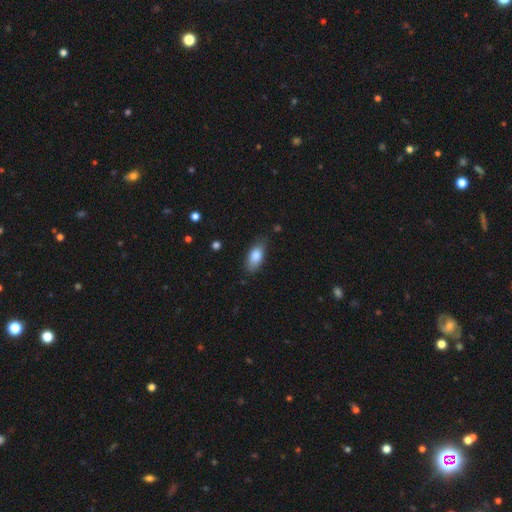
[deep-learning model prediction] A smooth galaxy with no disk features (82%) that is in between round and cigar-shaped (87%).

Vote fractions:
- Smooth or featured? smooth: 82% / featured or disk: 11% / star or artifact: 7%
- How rounded? in between: 87% / cigar-shaped: 9% / round: 4%
- Merging? none: 76% / minor disturbance: 19% / major disturbance: 3% / merger: 1%